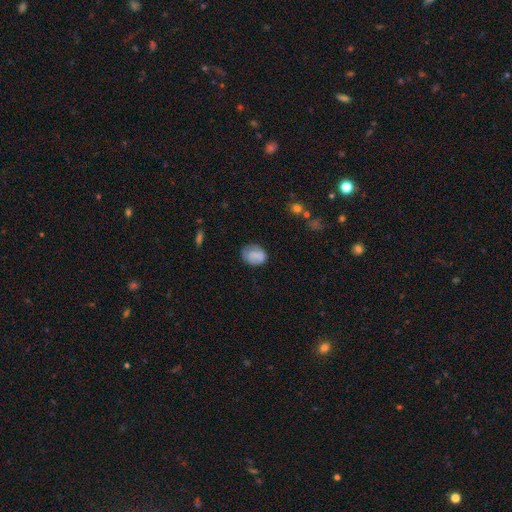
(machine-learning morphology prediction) Q: Smooth or featured?
A: smooth (75%); runner-up: featured or disk (16%)
Q: How rounded?
A: in between (53%); runner-up: round (46%)
Q: Merging?
A: none (61%); runner-up: minor disturbance (27%)